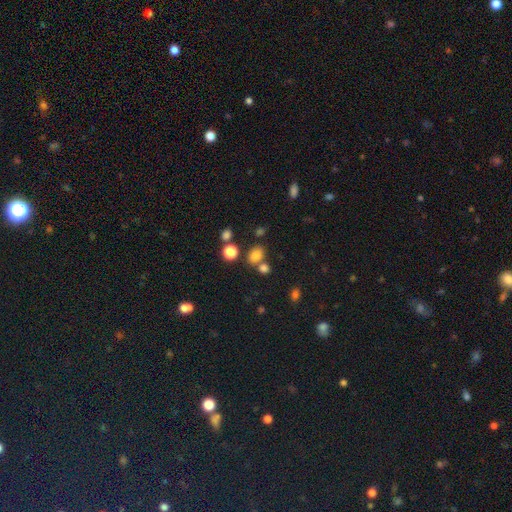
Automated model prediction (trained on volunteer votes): The model was most divided on "how rounded": in between: 51%, round: 48%, cigar-shaped: 1%. More confident: smooth or featured — smooth (77%); merging — none (62%).